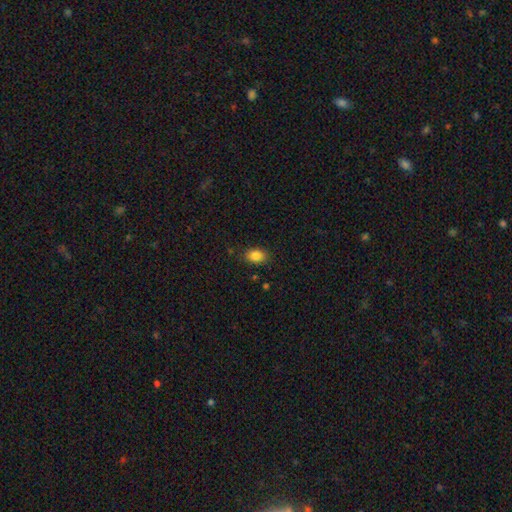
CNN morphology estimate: type=smooth (85%); roundness=in between (78%); merging=none (85%).